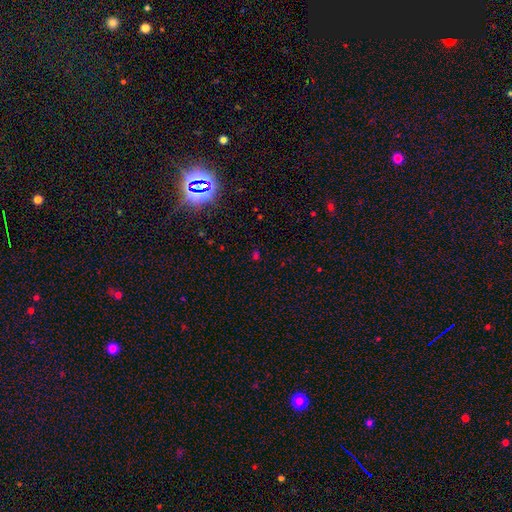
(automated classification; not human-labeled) This is possibly a star or artifact rather than a galaxy (56%).